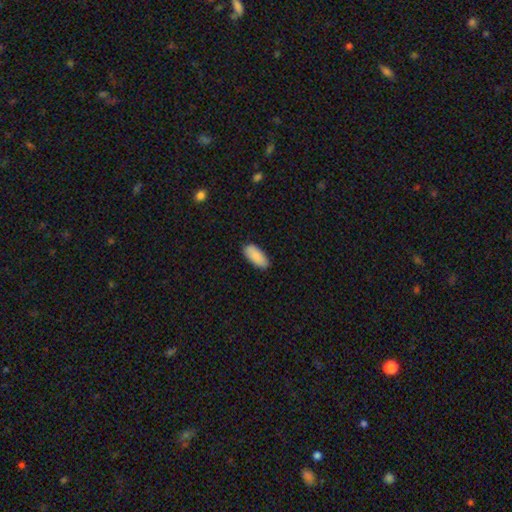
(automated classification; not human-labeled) Smooth or featured: smooth — 90% (star or artifact — 6%)
How rounded: in between — 88% (cigar-shaped — 11%)
Merging: none — 87% (minor disturbance — 11%)